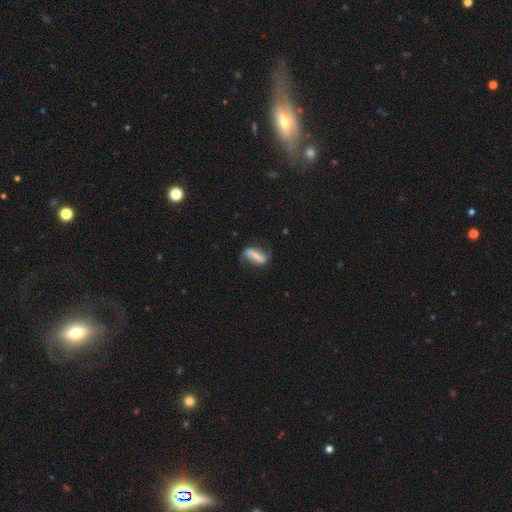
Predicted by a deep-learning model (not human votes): Smooth or featured? Predicted: featured or disk (p=0.67). Edge-on disk? Predicted: no (p=0.91). Bar? Predicted: strong (p=0.62). Spiral arms? Predicted: yes (p=0.83). Spiral winding? Predicted: loose (p=0.60). Spiral arm count? Predicted: 2 (p=0.85). Bulge size? Predicted: small (p=0.51). Merging? Predicted: none (p=0.63).